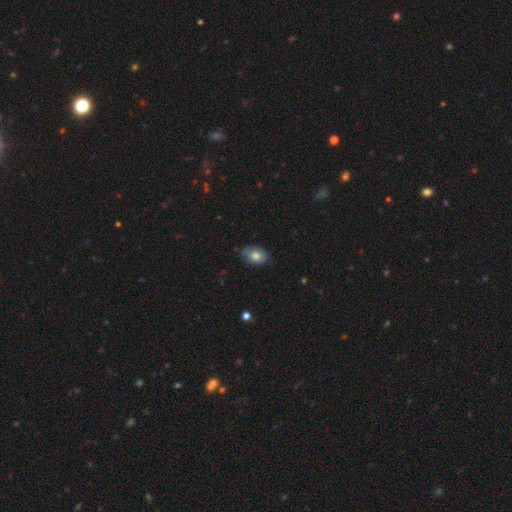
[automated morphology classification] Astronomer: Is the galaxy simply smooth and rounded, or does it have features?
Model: smooth — 81%.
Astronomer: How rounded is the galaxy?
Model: in between — 84%.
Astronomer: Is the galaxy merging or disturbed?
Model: none — 75%.